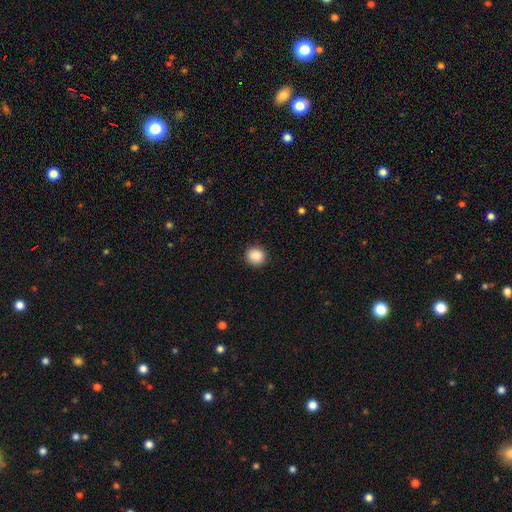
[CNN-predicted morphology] Q: Smooth or featured?
A: smooth (89%); runner-up: star or artifact (9%)
Q: How rounded?
A: round (86%); runner-up: in between (13%)
Q: Merging?
A: none (91%); runner-up: minor disturbance (6%)